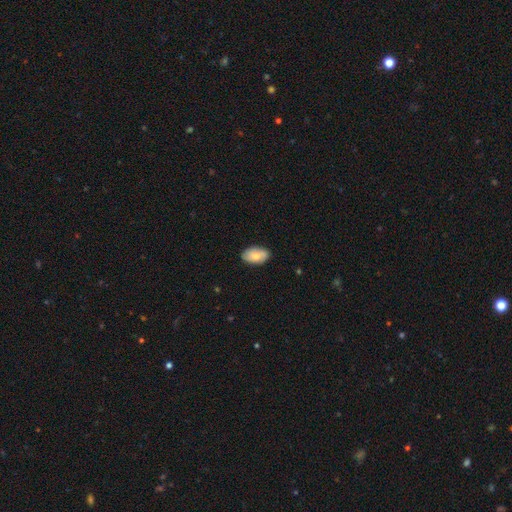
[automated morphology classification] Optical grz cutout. It shows a smooth galaxy with no disk features (73%) that is in between round and cigar-shaped (93%). Merging: none (81%).